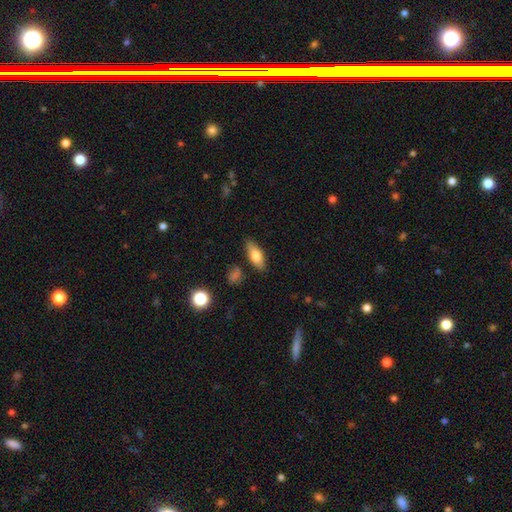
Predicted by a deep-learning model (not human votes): A smooth galaxy with no disk features (74%) that is in between round and cigar-shaped (76%). Merging: none (80%).